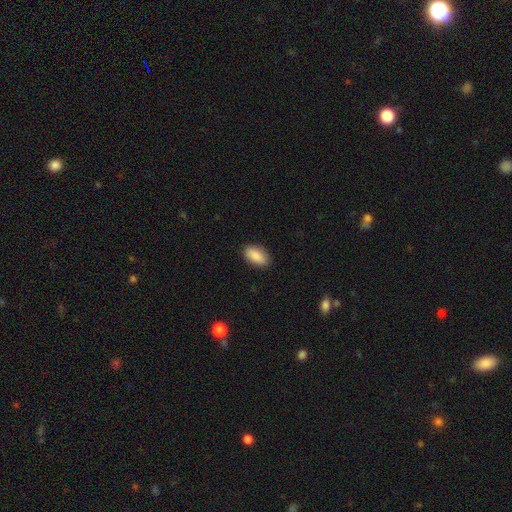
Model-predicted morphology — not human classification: A smooth galaxy with no disk features (89%) that is in between round and cigar-shaped (93%).

Vote fractions:
- Smooth or featured? smooth: 89% / star or artifact: 6% / featured or disk: 5%
- How rounded? in between: 93% / round: 4% / cigar-shaped: 3%
- Merging? none: 88% / minor disturbance: 9% / major disturbance: 2% / merger: 1%